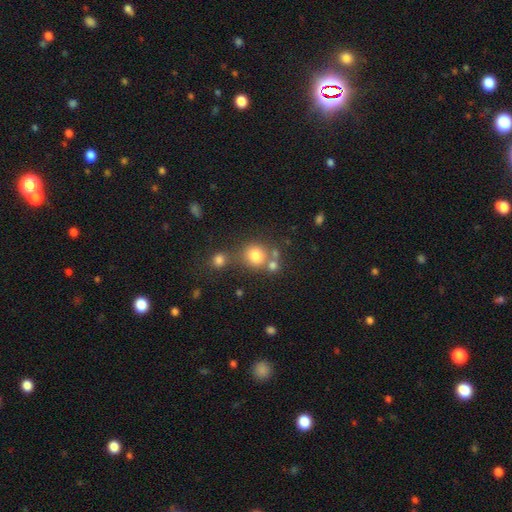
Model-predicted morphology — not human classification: The model was most divided on "merging": none: 57%, merger: 27%, minor disturbance: 11%, major disturbance: 5%. More confident: how rounded — round (84%); smooth or featured — smooth (76%).